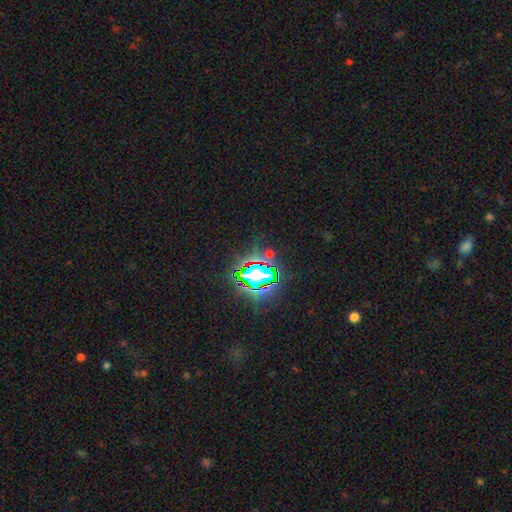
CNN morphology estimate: Smooth or featured: star or artifact — 82% (smooth — 11%)